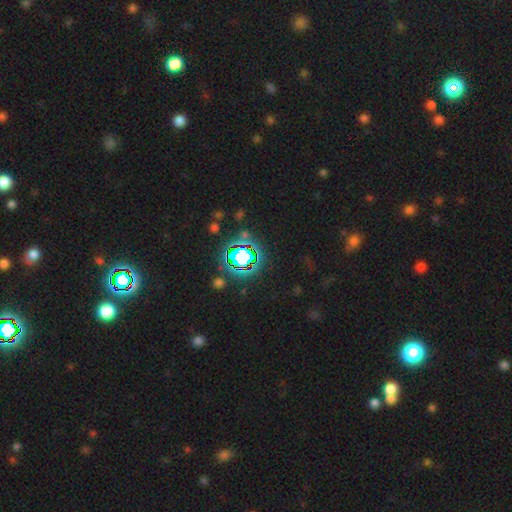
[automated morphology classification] Smooth or featured?
  - star or artifact: 78% *
  - smooth: 14%
  - featured or disk: 8%